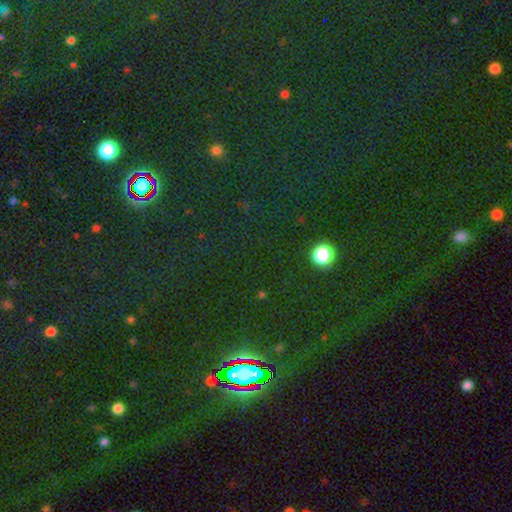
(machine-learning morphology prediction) smooth-or-featured: star or artifact: 78% | smooth: 14% | featured or disk: 8%